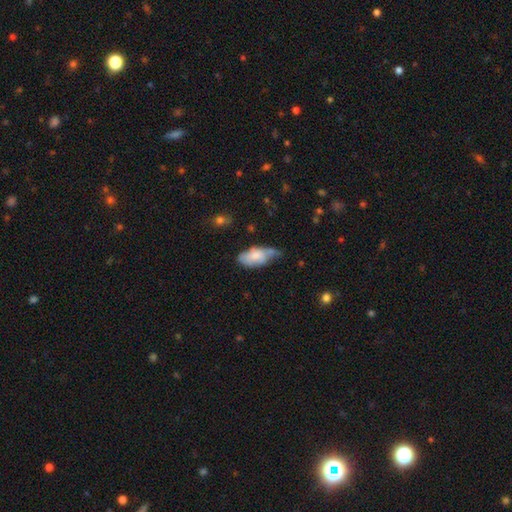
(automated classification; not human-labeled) Smooth or featured? smooth (68%)
How rounded? in between (91%)
Merging? minor disturbance (46%)